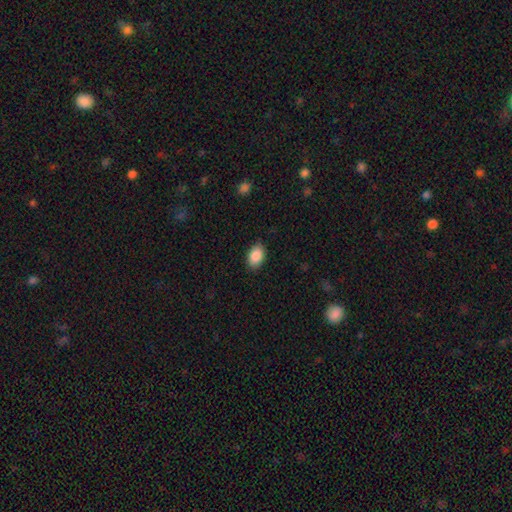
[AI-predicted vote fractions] smooth-or-featured: smooth: 89% | star or artifact: 7% | featured or disk: 4%
  how-rounded: in between: 88% | round: 10% | cigar-shaped: 1%
  merging: none: 86% | minor disturbance: 10% | major disturbance: 2% | merger: 1%